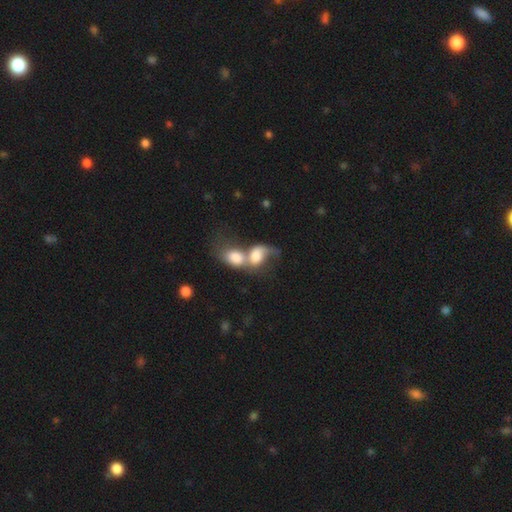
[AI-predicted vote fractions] This appears to be a smooth galaxy with no disk features (61%) that is in between round and cigar-shaped (71%). Merging: merger (82%).